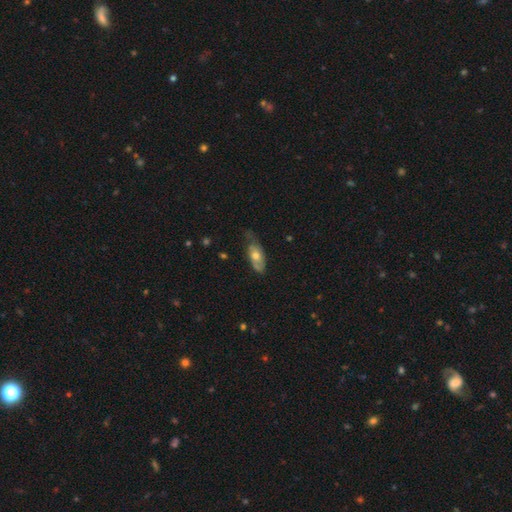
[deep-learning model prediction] A smooth galaxy with no disk features (51%) that is in between round and cigar-shaped (83%).

Vote fractions:
- Smooth or featured? smooth: 51% / featured or disk: 43% / star or artifact: 6%
- How rounded? in between: 83% / cigar-shaped: 12% / round: 4%
- Merging? none: 48% / minor disturbance: 37% / major disturbance: 12% / merger: 3%